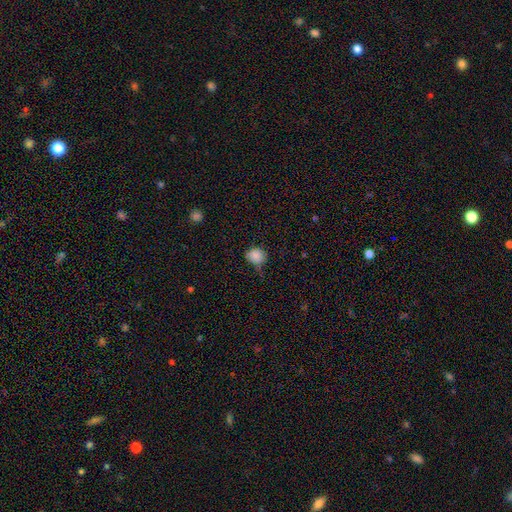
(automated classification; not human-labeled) Morphology: type=smooth (86%); roundness=round (76%); merging=none (60%).